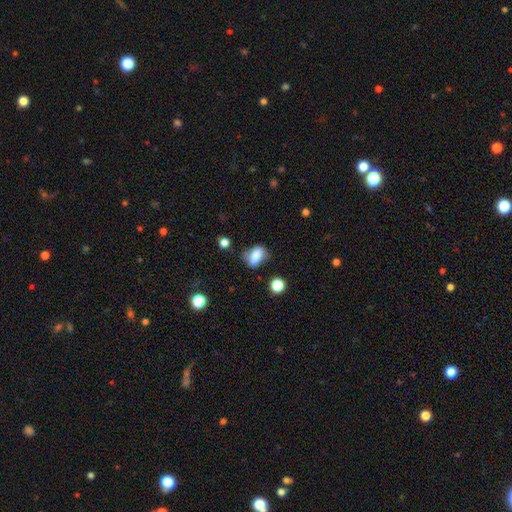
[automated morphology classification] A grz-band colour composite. It shows a smooth galaxy with no disk features (75%) that is in between round and cigar-shaped (77%). Merging: none (59%).